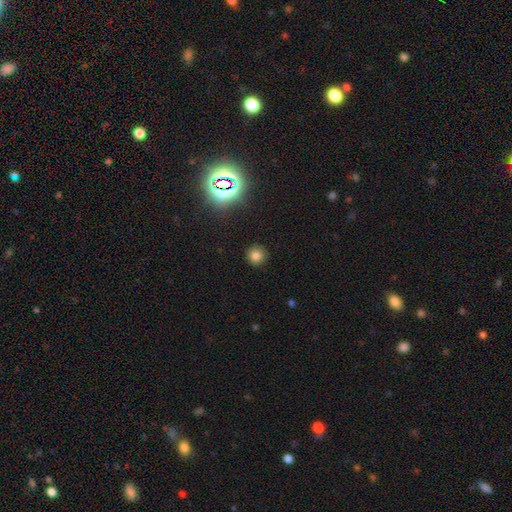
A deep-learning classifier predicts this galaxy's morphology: Smooth or featured: smooth — 78% (star or artifact — 16%)
How rounded: round — 93% (in between — 6%)
Merging: none — 89% (minor disturbance — 7%)